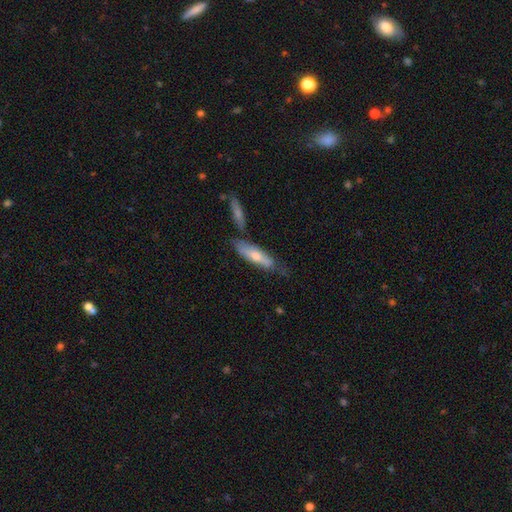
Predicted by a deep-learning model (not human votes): A smooth galaxy with no disk features (49%).

Vote fractions:
- Smooth or featured? smooth: 49% / featured or disk: 44% / star or artifact: 6%
- Merging? none: 59% / minor disturbance: 21% / merger: 13% / major disturbance: 6%